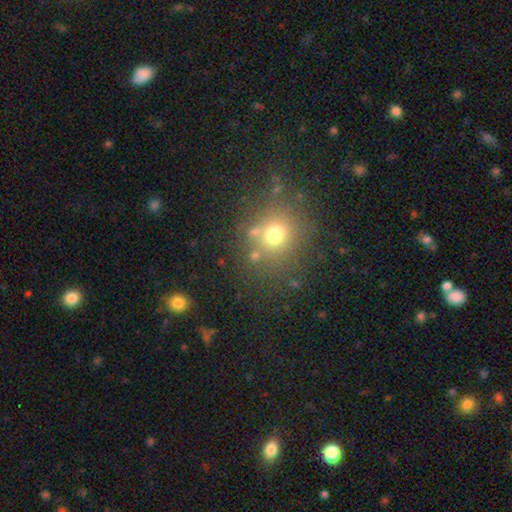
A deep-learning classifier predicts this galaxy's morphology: smooth_or_featured: smooth (p=0.68) [alt: star or artifact p=0.21]
how_rounded: round (p=0.82) [alt: in between p=0.17]
merging: none (p=0.75) [alt: minor disturbance p=0.11]